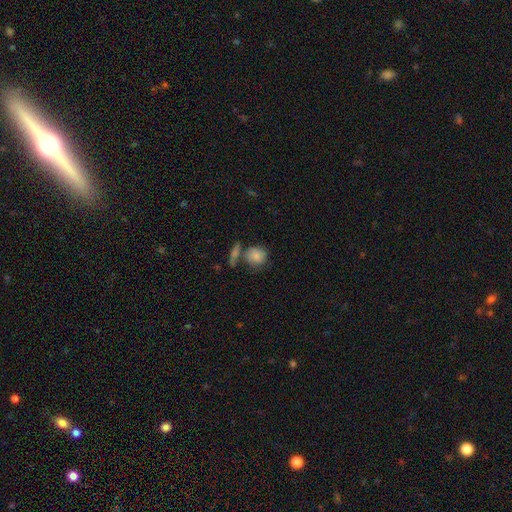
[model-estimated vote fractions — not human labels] The model was most divided on "merging": none: 51%, merger: 22%, minor disturbance: 18%, major disturbance: 8%. More confident: how rounded — round (76%); smooth or featured — smooth (70%).